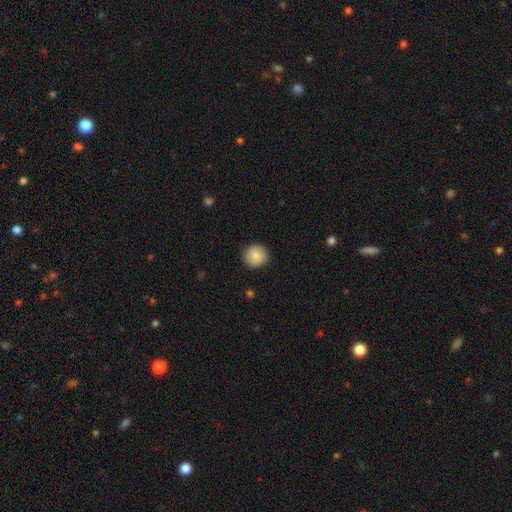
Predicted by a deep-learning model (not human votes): Smooth or featured? smooth (88%)
How rounded? round (94%)
Merging? none (91%)